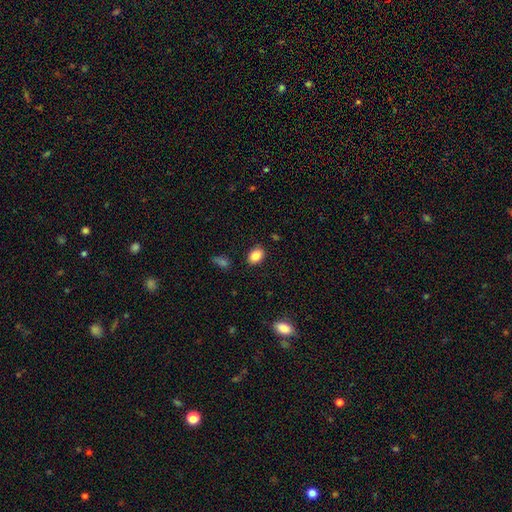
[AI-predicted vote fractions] Smooth or featured: smooth — 86% (star or artifact — 9%)
How rounded: in between — 79% (round — 19%)
Merging: none — 86% (minor disturbance — 9%)